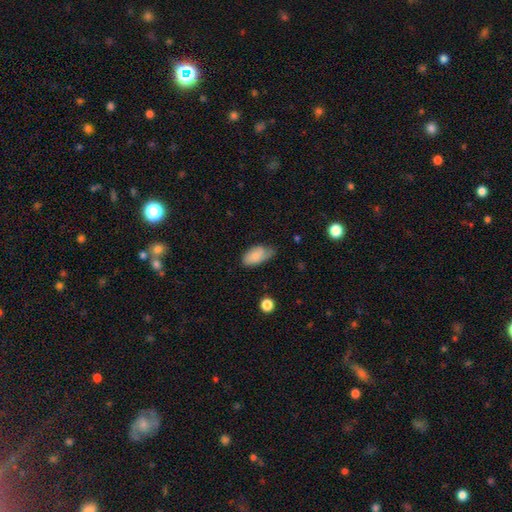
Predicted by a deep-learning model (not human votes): Smooth or featured: smooth — 71% (featured or disk — 22%)
How rounded: in between — 93% (round — 4%)
Merging: none — 49% (minor disturbance — 38%)